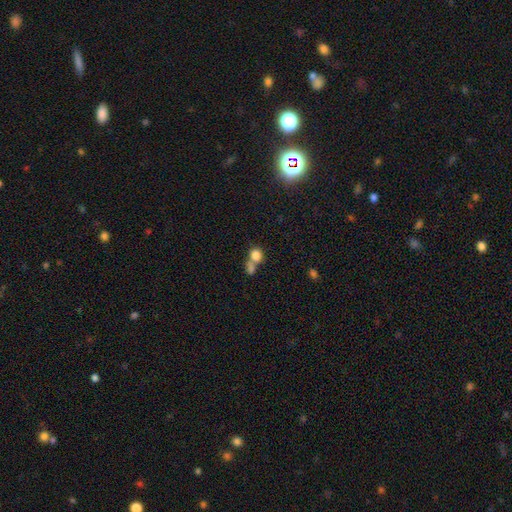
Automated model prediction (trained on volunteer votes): Overall: smooth (81%). How rounded: round (70%). Merging: merger (52%; none 35%).